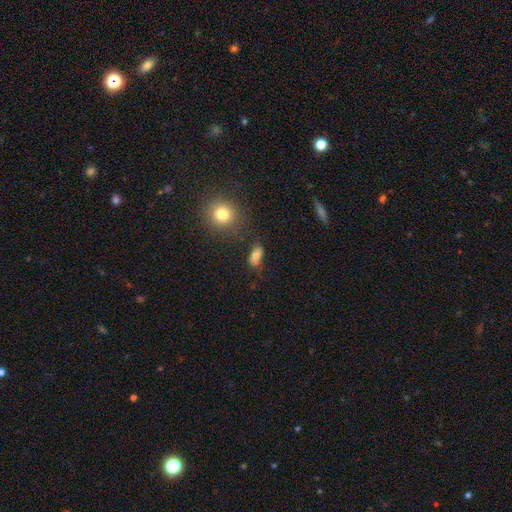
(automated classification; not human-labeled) Smooth or featured?
  - smooth: 74% *
  - featured or disk: 14%
  - star or artifact: 13%
How rounded?
  - in between: 83% *
  - round: 11%
  - cigar-shaped: 6%
Merging?
  - none: 59% *
  - minor disturbance: 22%
  - major disturbance: 10%
  - merger: 9%